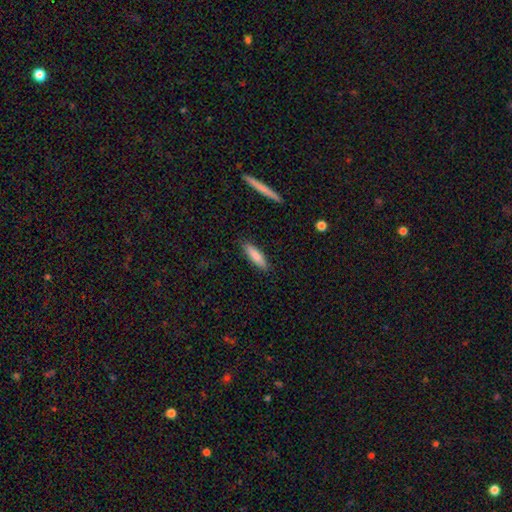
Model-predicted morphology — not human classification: Smooth or featured: smooth — 82% (featured or disk — 13%)
How rounded: cigar-shaped — 64% (in between — 35%)
Merging: none — 87% (minor disturbance — 9%)